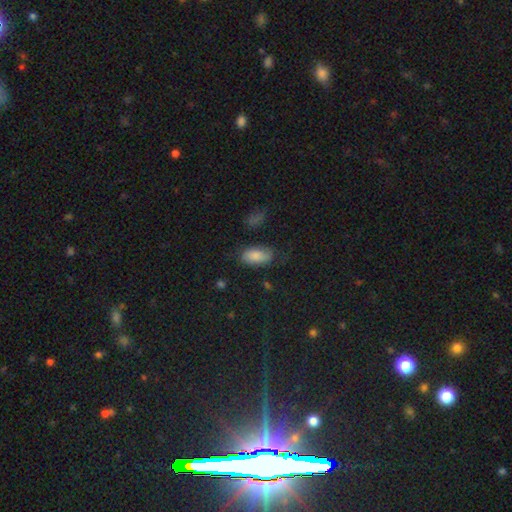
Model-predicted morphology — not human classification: This is likely a smooth galaxy (80%). How rounded: clearly in between (92%). Merging: likely none (66%).